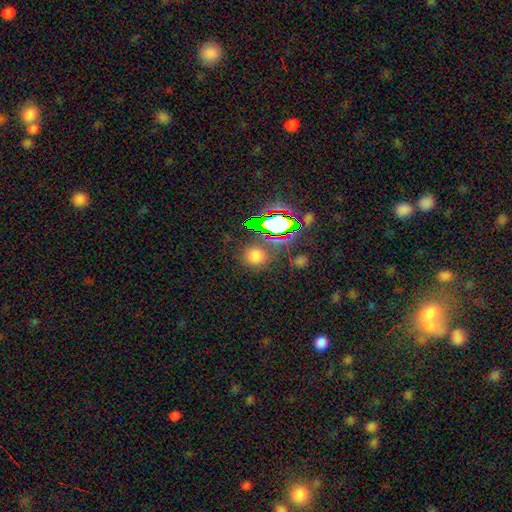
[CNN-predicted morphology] Smooth or featured?
  - smooth: 65% *
  - star or artifact: 28%
  - featured or disk: 6%
How rounded?
  - round: 85% *
  - in between: 14%
  - cigar-shaped: 1%
Merging?
  - none: 79% *
  - minor disturbance: 11%
  - merger: 6%
  - major disturbance: 5%